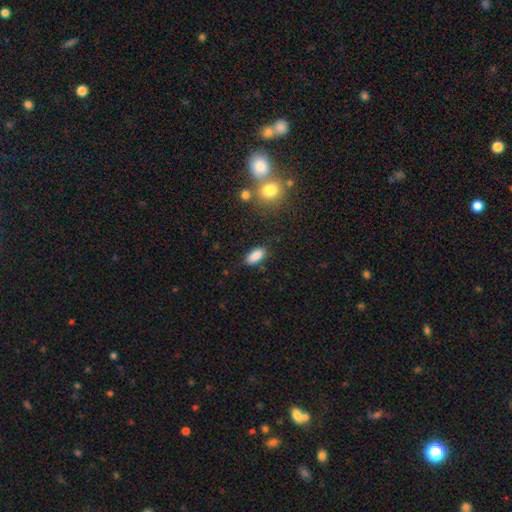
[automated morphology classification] smooth_or_featured: smooth (p=0.87) [alt: star or artifact p=0.08]
how_rounded: in between (p=0.85) [alt: cigar-shaped p=0.12]
merging: none (p=0.85) [alt: minor disturbance p=0.11]